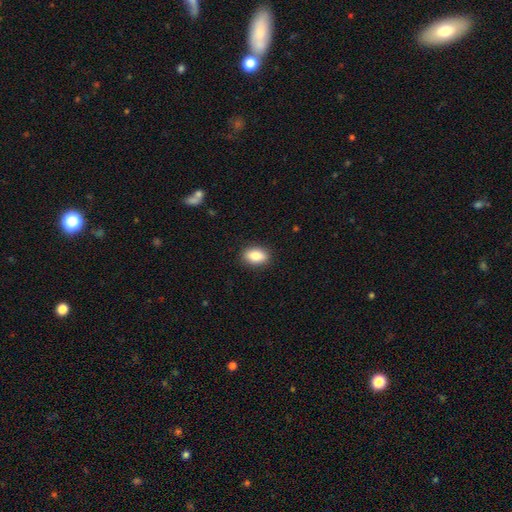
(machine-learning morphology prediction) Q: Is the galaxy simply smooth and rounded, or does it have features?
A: smooth — 85%.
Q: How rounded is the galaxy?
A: in between — 86%.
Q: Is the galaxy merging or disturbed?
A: none — 89%.